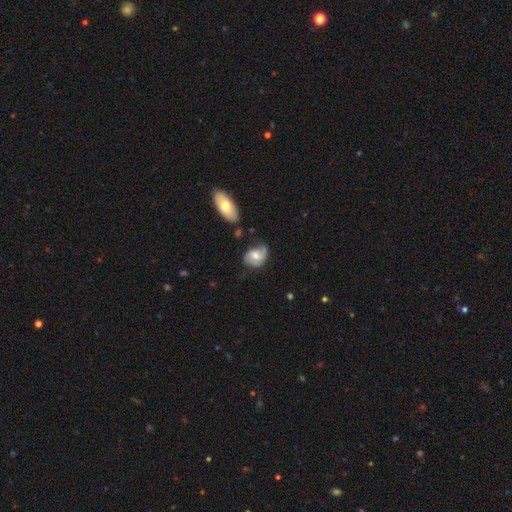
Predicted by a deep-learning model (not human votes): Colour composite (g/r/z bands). It shows a featured or disk galaxy (53%) with no bar (61%), spiral arms (83%) and a moderate central bulge (64%). Merging: none (52%).